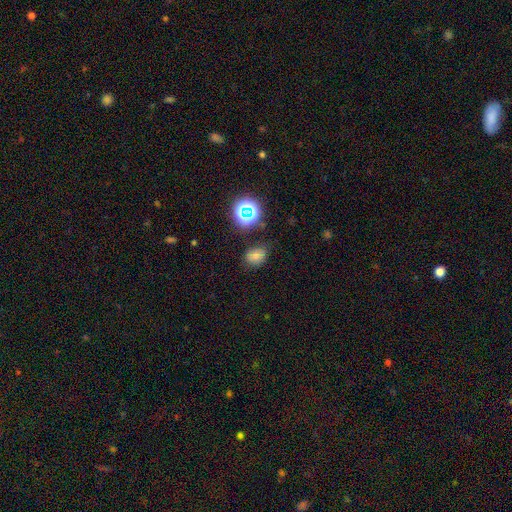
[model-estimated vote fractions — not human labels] Smooth or featured: smooth — 69% (star or artifact — 21%)
How rounded: in between — 60% (round — 38%)
Merging: none — 70% (minor disturbance — 21%)